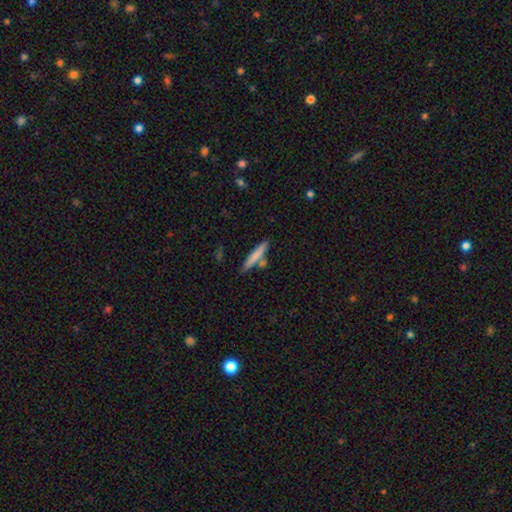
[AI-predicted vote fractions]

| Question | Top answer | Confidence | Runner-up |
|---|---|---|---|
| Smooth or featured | smooth | 71% | featured or disk (23%) |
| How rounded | cigar-shaped | 92% | in between (6%) |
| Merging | none | 72% | merger (14%) |